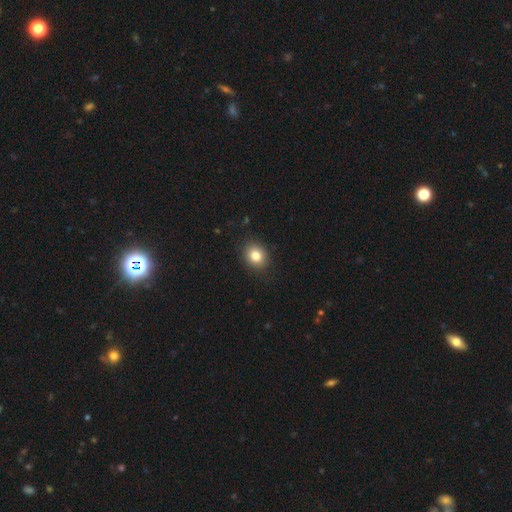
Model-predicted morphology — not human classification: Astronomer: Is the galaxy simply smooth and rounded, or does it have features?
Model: smooth — 82%.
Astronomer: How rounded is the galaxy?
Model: round — 63%.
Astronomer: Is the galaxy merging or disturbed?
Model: none — 88%.